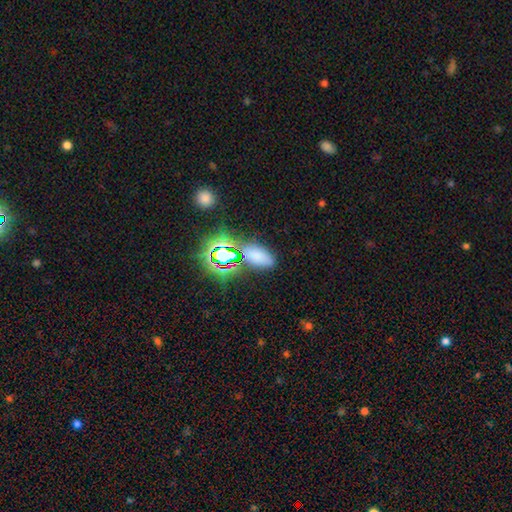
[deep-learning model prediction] Smooth or featured? smooth (60%)
How rounded? in between (85%)
Merging? none (74%)